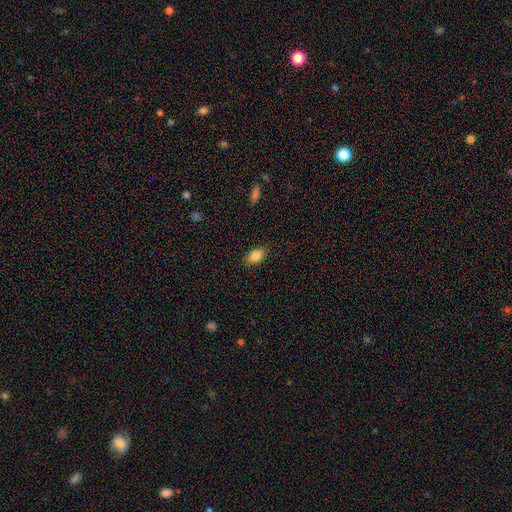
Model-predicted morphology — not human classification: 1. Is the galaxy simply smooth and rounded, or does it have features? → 86% smooth, 9% star or artifact, 6% featured or disk.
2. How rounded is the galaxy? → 86% in between, 12% round, 2% cigar-shaped.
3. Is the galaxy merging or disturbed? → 85% none, 12% minor disturbance, 3% major disturbance, 1% merger.